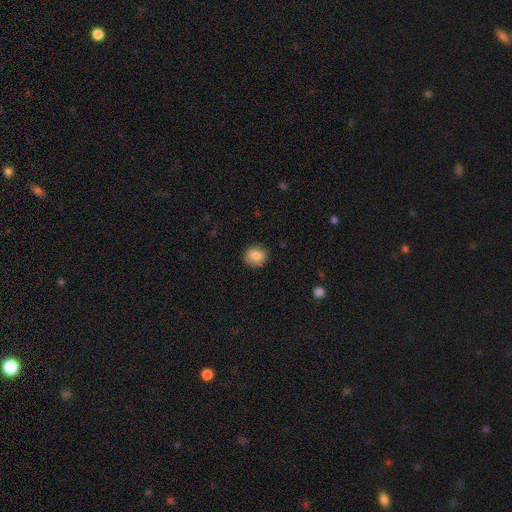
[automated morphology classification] Overall: smooth (84%). How rounded: round (70%). Merging: none (84%).